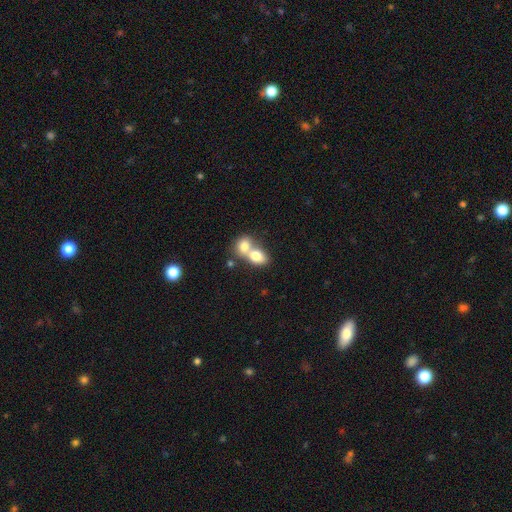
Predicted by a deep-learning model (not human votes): This is likely a smooth galaxy (75%). How rounded: likely in between (64%). Merging: likely merger (74%).